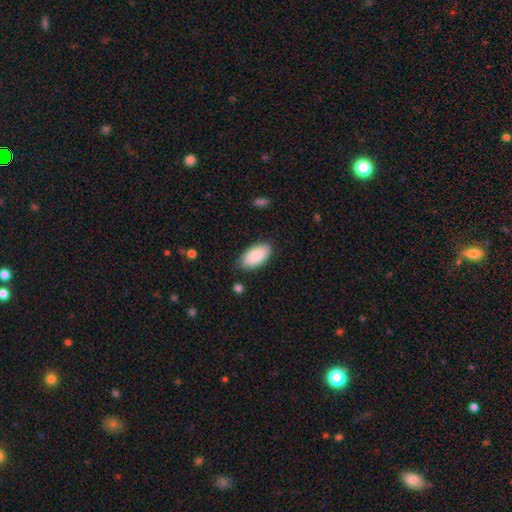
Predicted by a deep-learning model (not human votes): Smooth or featured?
  - smooth: 89% *
  - star or artifact: 6%
  - featured or disk: 6%
How rounded?
  - in between: 95% *
  - cigar-shaped: 3%
  - round: 2%
Merging?
  - none: 81% *
  - minor disturbance: 15%
  - major disturbance: 3%
  - merger: 1%